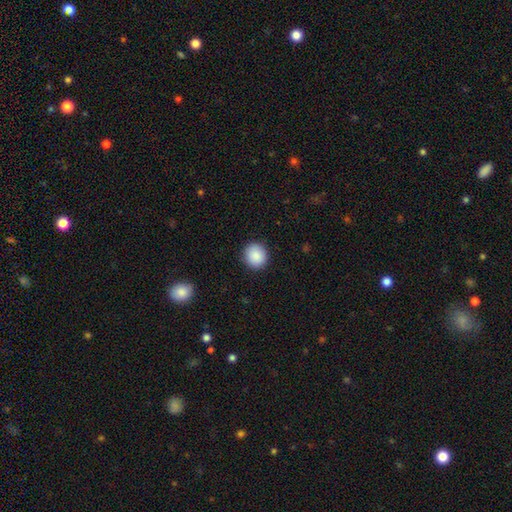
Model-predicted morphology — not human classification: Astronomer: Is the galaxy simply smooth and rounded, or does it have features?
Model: smooth — 89%.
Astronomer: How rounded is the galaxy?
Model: round — 89%.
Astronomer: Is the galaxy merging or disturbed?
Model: none — 91%.